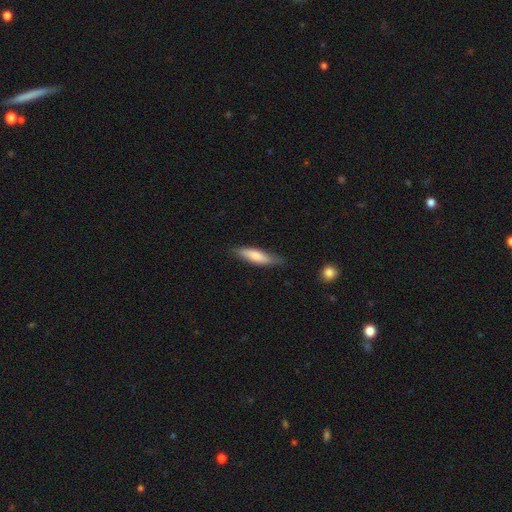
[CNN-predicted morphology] Q: Smooth or featured?
A: smooth (75%); runner-up: featured or disk (20%)
Q: How rounded?
A: cigar-shaped (66%); runner-up: in between (32%)
Q: Merging?
A: none (75%); runner-up: minor disturbance (21%)